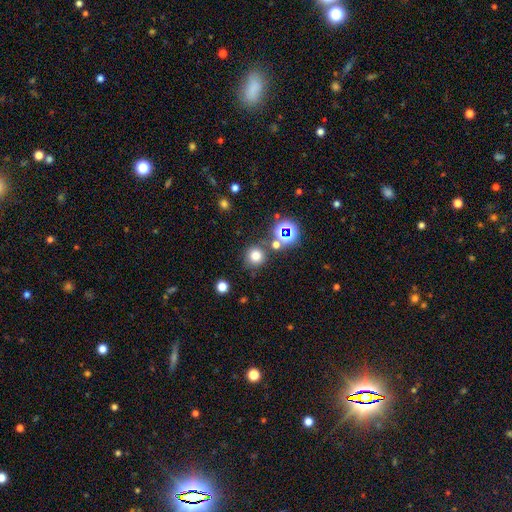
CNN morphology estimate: Overall: smooth (72%). How rounded: round (92%). Merging: none (77%).